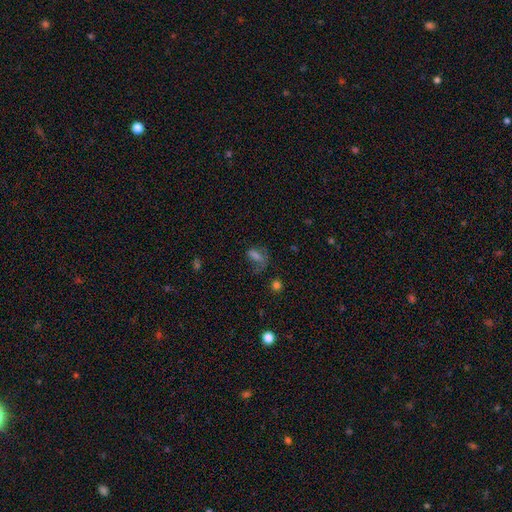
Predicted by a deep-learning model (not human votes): Smooth or featured: smooth — 52% (star or artifact — 24%)
How rounded: in between — 72% (round — 14%)
Merging: none — 41% (major disturbance — 33%)